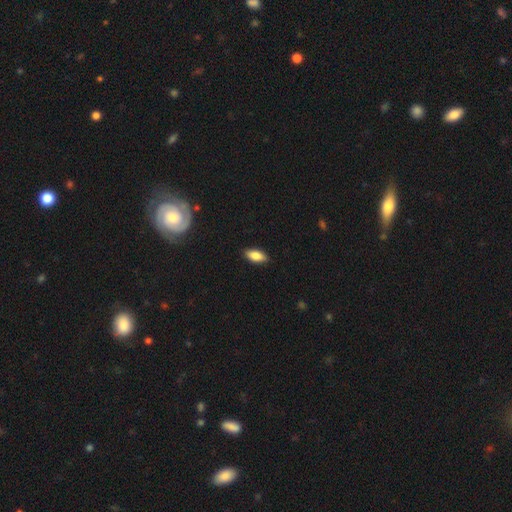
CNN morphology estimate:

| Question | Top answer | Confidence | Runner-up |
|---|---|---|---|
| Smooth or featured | smooth | 84% | featured or disk (9%) |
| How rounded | in between | 86% | cigar-shaped (12%) |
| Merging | none | 88% | minor disturbance (9%) |